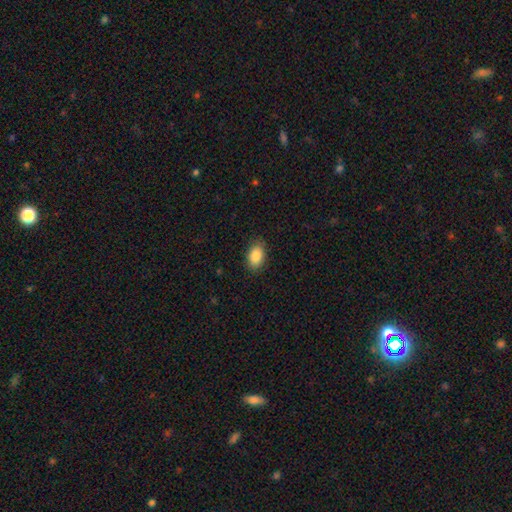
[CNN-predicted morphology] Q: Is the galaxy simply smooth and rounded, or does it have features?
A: smooth — 88%.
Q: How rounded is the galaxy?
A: in between — 90%.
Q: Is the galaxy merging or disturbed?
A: none — 85%.